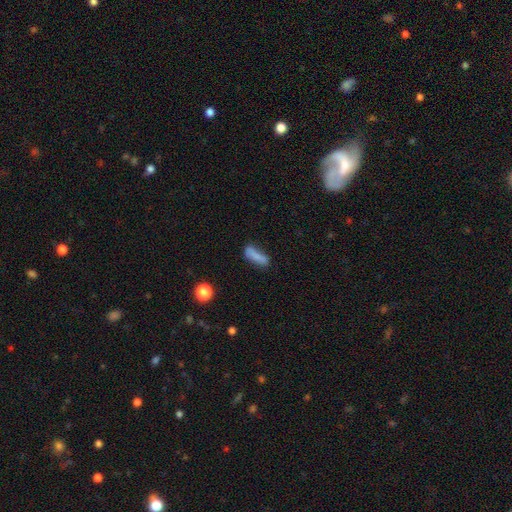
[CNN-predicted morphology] smooth_or_featured: smooth (p=0.76) [alt: featured or disk p=0.14]
how_rounded: cigar-shaped (p=0.52) [alt: in between p=0.45]
merging: none (p=0.52) [alt: minor disturbance p=0.26]